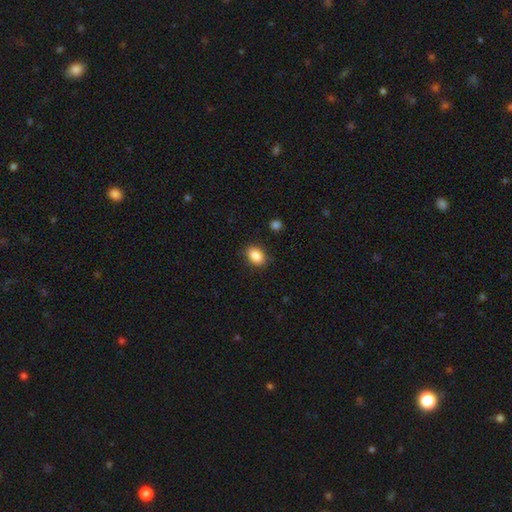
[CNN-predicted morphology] Smooth or featured? smooth (88%)
How rounded? in between (83%)
Merging? none (86%)